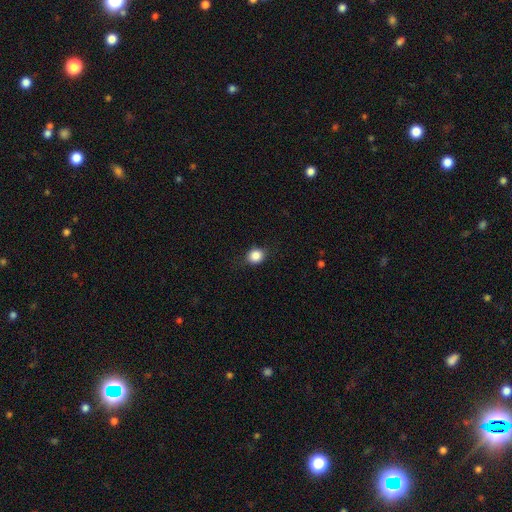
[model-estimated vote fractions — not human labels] This is clearly a smooth galaxy (86%). How rounded: likely round (72%). Merging: clearly none (81%).